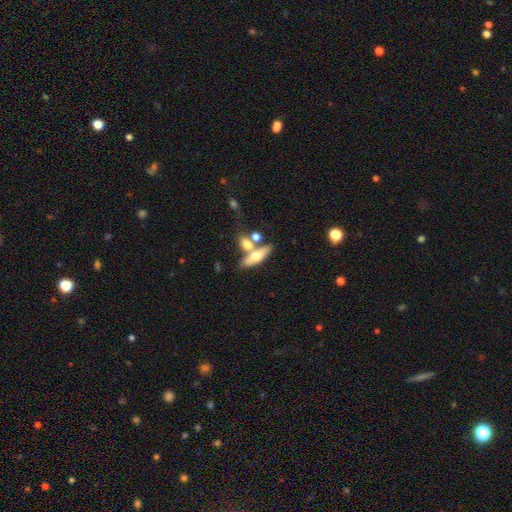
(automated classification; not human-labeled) Smooth or featured: smooth — 57% (featured or disk — 36%)
How rounded: in between — 58% (cigar-shaped — 36%)
Merging: none — 44% (merger — 38%)